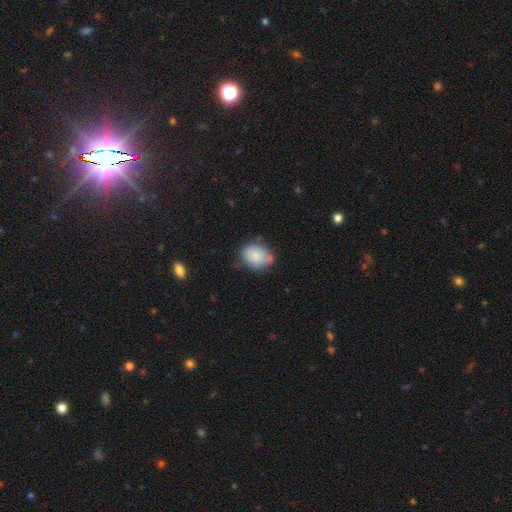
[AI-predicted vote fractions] This appears to be a smooth galaxy with no disk features (80%) that is in between round and cigar-shaped (56%). Merging: none (57%).